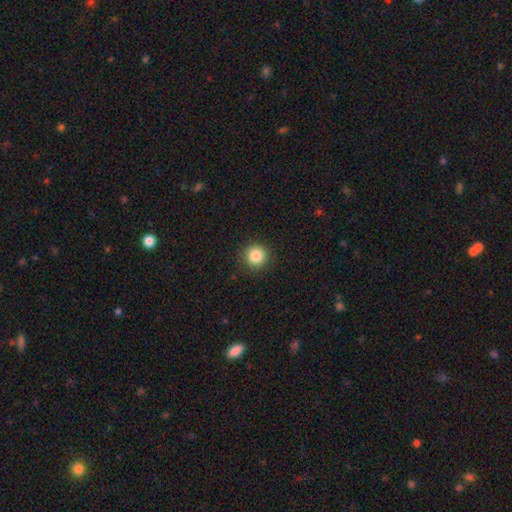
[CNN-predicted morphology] smooth-or-featured: smooth: 86% | star or artifact: 10% | featured or disk: 4%
  how-rounded: round: 95% | in between: 4% | cigar-shaped: 1%
  merging: none: 91% | minor disturbance: 6% | major disturbance: 2% | merger: 1%